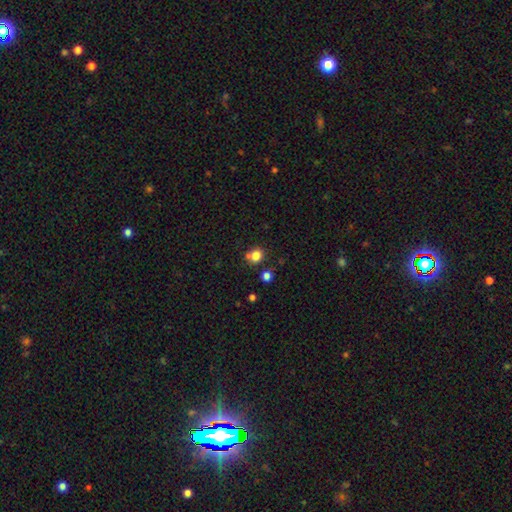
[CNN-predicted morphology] A smooth galaxy with no disk features (80%) that is round (78%). Merging: none (69%).